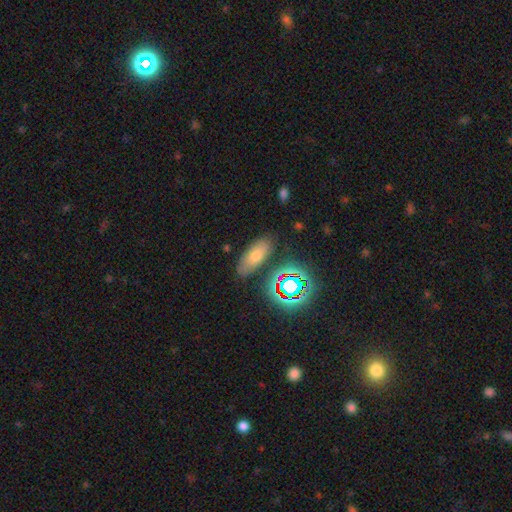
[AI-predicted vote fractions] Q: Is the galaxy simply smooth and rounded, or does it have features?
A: smooth — 56%.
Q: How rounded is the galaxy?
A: in between — 78%.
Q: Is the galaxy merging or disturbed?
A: none — 81%.